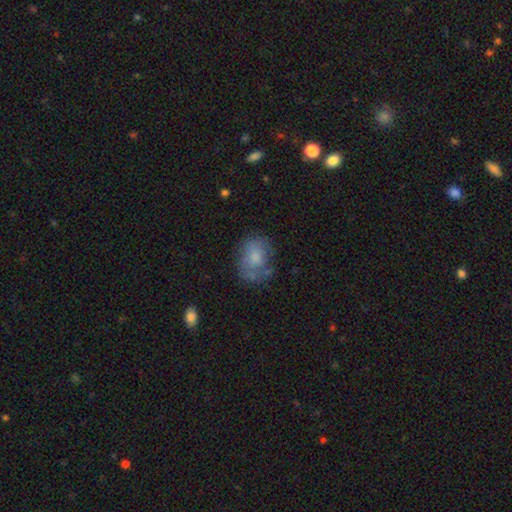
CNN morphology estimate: Smooth or featured? Predicted: smooth (p=0.59). How rounded? Predicted: in between (p=0.61). Merging? Predicted: none (p=0.50).